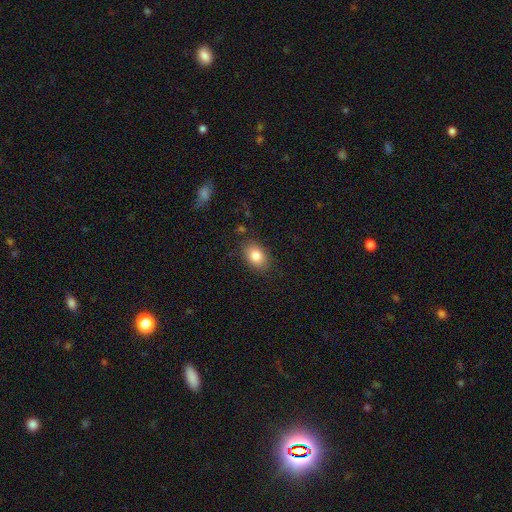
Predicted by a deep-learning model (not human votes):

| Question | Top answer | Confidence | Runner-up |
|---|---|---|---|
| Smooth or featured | smooth | 84% | featured or disk (8%) |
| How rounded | in between | 80% | round (19%) |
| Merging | none | 83% | minor disturbance (12%) |